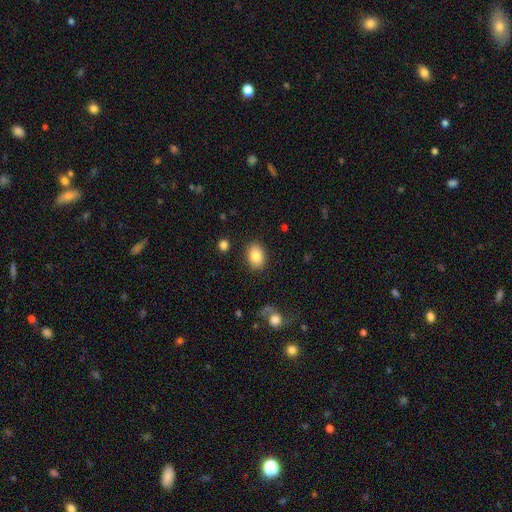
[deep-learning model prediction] Smooth or featured: smooth — 85% (featured or disk — 8%)
How rounded: in between — 75% (round — 24%)
Merging: none — 87% (minor disturbance — 9%)